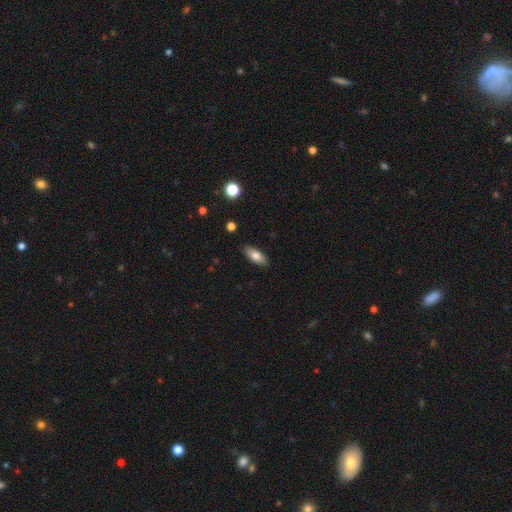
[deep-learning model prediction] smooth_or_featured: smooth (p=0.78) [alt: featured or disk p=0.15]
how_rounded: in between (p=0.80) [alt: cigar-shaped p=0.17]
merging: none (p=0.88) [alt: minor disturbance p=0.09]